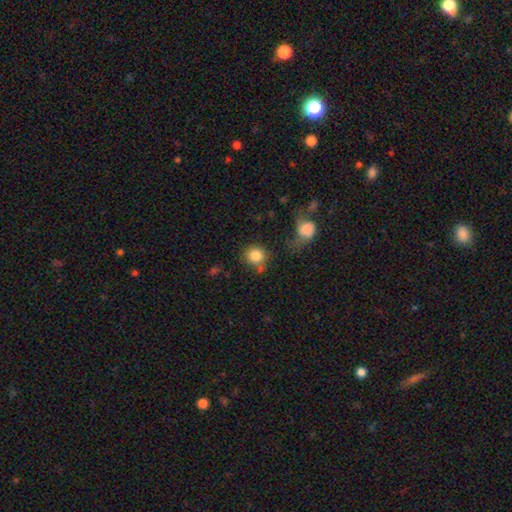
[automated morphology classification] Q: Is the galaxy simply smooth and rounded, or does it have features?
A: smooth — 85%.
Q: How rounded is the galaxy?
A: round — 89%.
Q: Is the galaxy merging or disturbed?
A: none — 69%.